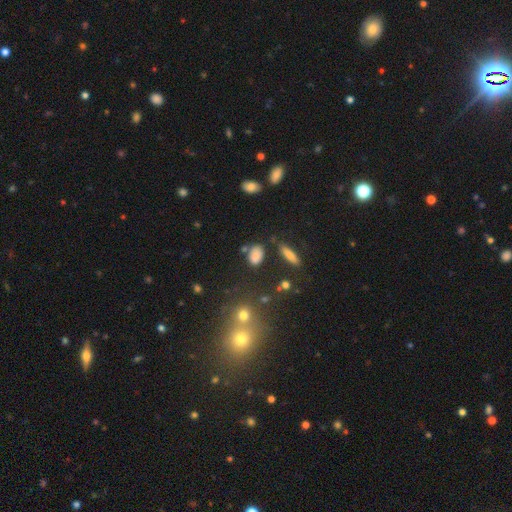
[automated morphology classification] A smooth galaxy with no disk features (80%) that is in between round and cigar-shaped (82%). Merging: none (66%).